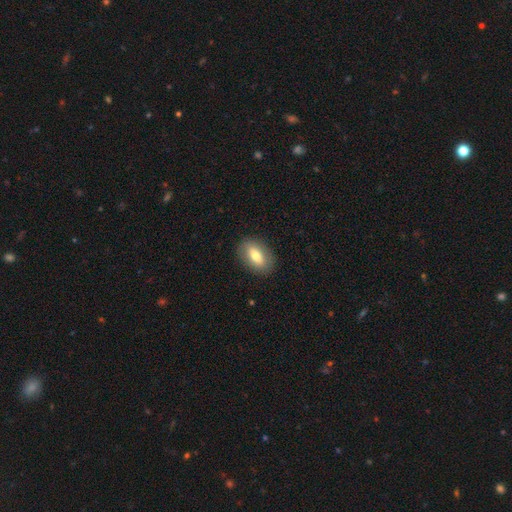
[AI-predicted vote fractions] Morphology: type=smooth (70%); roundness=in between (88%); merging=none (87%).